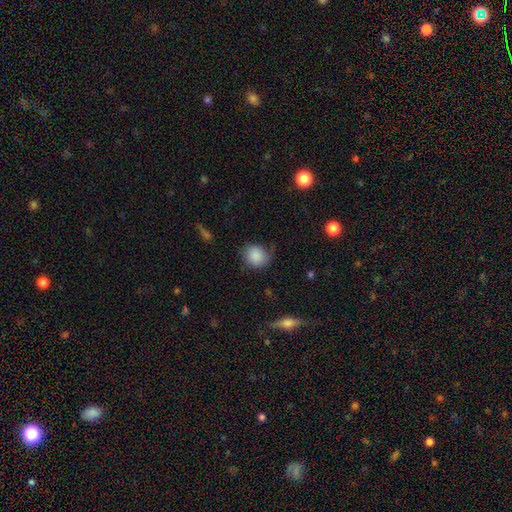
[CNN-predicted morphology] smooth 86%, star or artifact 8%, featured or disk 6%. Down the decision tree: how rounded — round (76%); merging — none (67%).